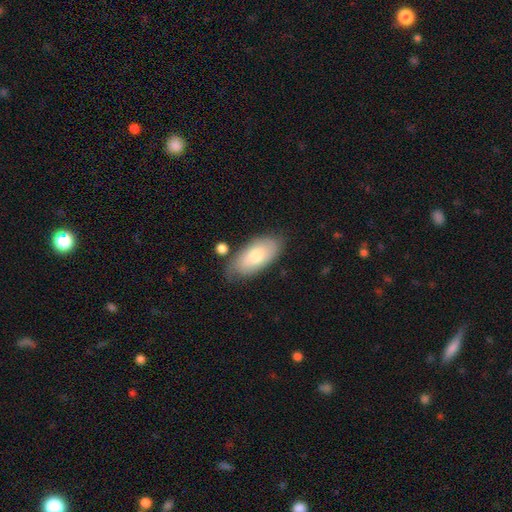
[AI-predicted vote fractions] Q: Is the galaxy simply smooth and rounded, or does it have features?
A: smooth — 71%.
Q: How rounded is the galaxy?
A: in between — 93%.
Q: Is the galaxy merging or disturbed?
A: none — 70%.